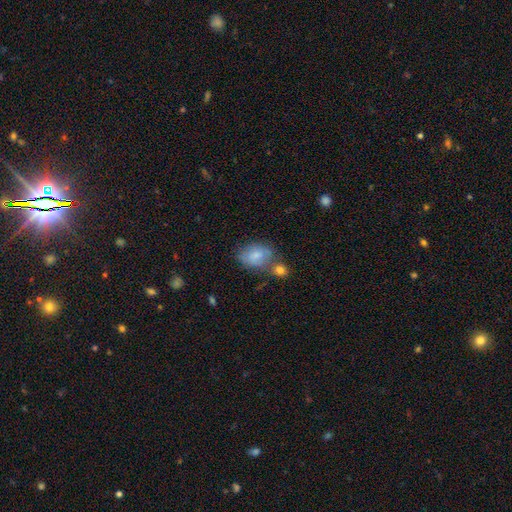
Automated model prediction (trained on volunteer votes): Smooth or featured? Predicted: smooth (p=0.74). How rounded? Predicted: in between (p=0.75). Merging? Predicted: none (p=0.46).